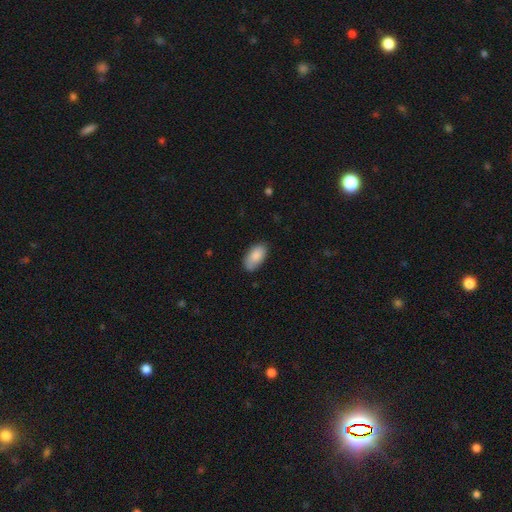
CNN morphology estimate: smooth_or_featured: smooth (p=0.86) [alt: featured or disk p=0.08]
how_rounded: in between (p=0.94) [alt: cigar-shaped p=0.03]
merging: none (p=0.77) [alt: minor disturbance p=0.19]